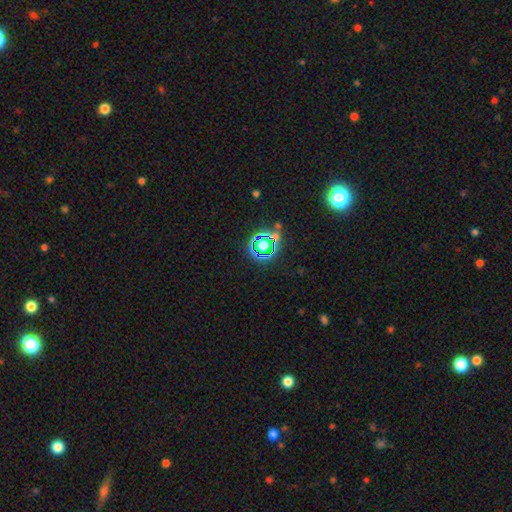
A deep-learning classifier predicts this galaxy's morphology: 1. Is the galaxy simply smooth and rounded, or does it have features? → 75% star or artifact, 18% smooth, 7% featured or disk.